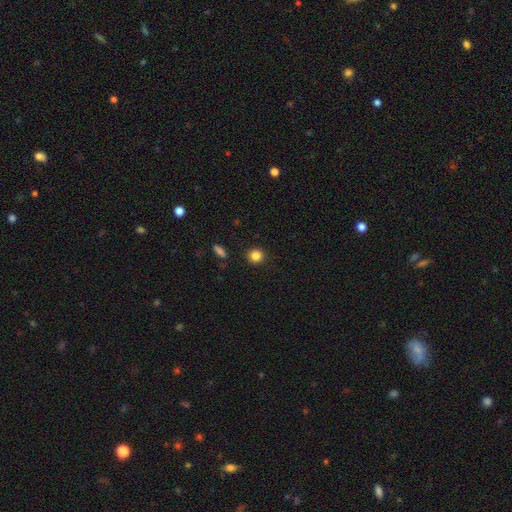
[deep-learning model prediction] Morphology: type=smooth (84%); roundness=round (89%); merging=none (91%).